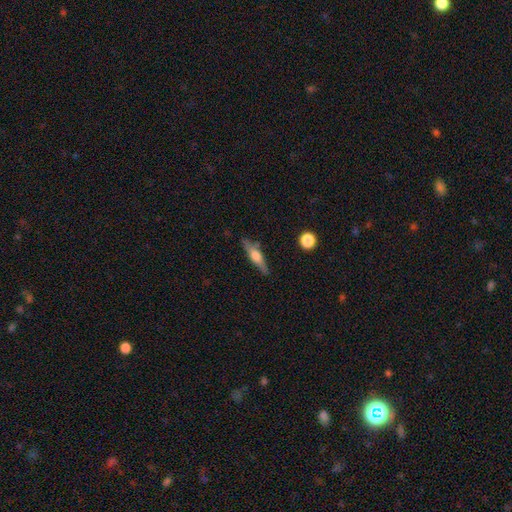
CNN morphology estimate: featured or disk 49%, smooth 44%, star or artifact 7%. Down the decision tree: merging — none (79%).